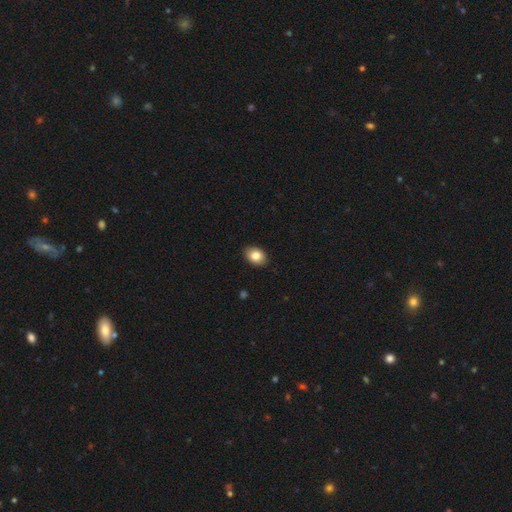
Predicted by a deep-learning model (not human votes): The model was most divided on "how rounded": in between: 74%, round: 25%, cigar-shaped: 1%. More confident: merging — none (89%); smooth or featured — smooth (85%).